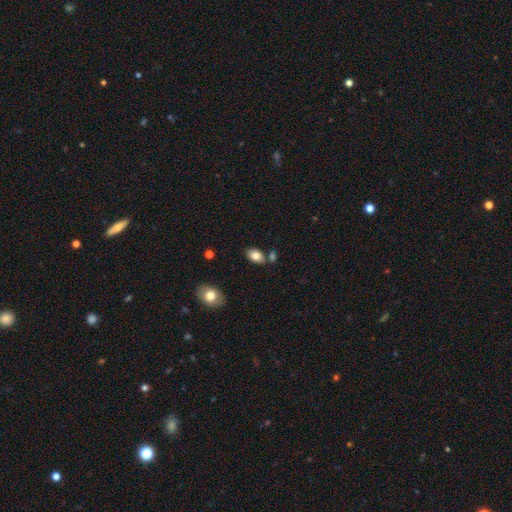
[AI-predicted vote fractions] A smooth galaxy with no disk features (82%) that is in between round and cigar-shaped (89%). Merging: none (72%).